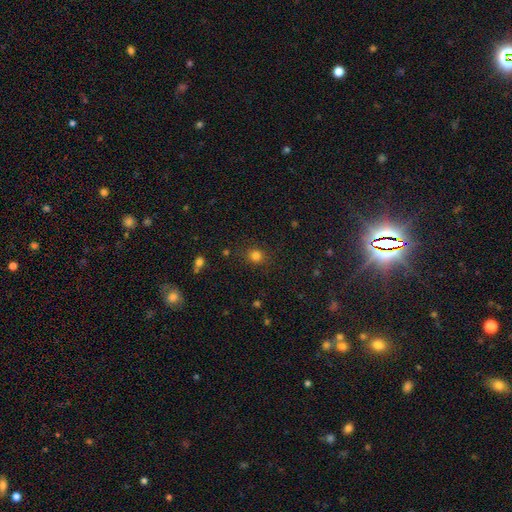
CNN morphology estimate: This is clearly a smooth galaxy (81%). How rounded: clearly round (82%). Merging: clearly none (84%).